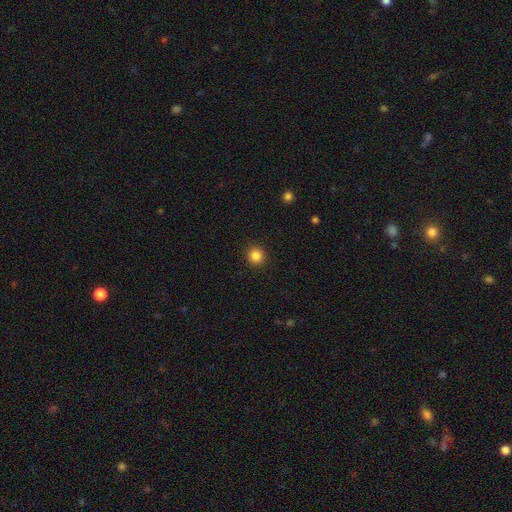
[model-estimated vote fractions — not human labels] smooth 86%, star or artifact 11%, featured or disk 4%. Down the decision tree: how rounded — round (92%); merging — none (92%).